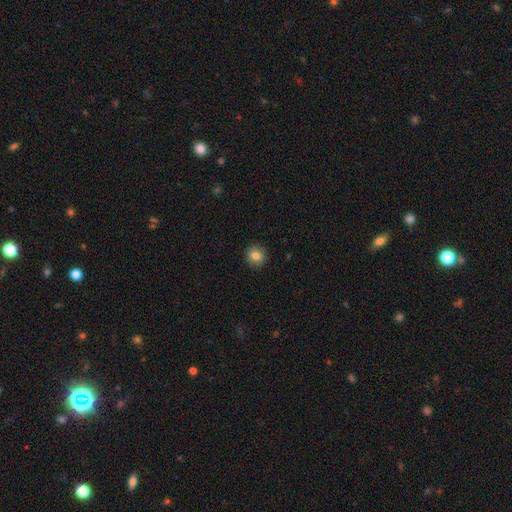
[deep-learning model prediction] smooth-or-featured: smooth: 81% | star or artifact: 10% | featured or disk: 8%
  how-rounded: round: 90% | in between: 9% | cigar-shaped: 1%
  merging: none: 91% | minor disturbance: 6% | major disturbance: 2% | merger: 1%